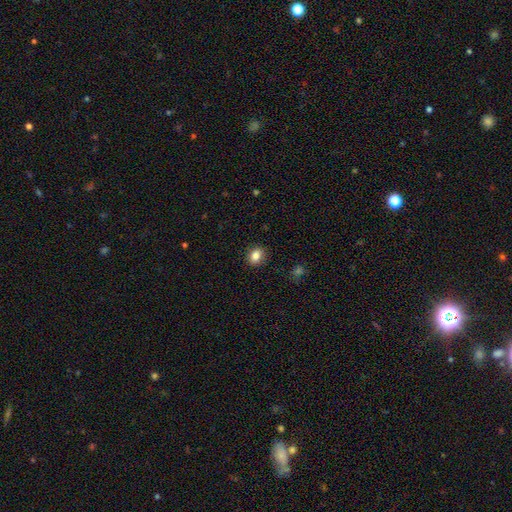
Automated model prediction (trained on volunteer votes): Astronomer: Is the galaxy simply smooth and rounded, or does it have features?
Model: smooth — 85%.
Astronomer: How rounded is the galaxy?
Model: in between — 50% (runner-up: round, 49%).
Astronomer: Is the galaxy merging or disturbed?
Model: none — 89%.